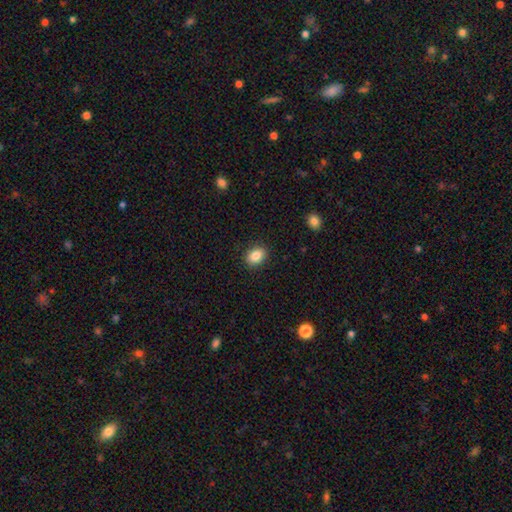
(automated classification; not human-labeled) smooth 86%, star or artifact 9%, featured or disk 6%. Down the decision tree: how rounded — in between (68%); merging — none (89%).